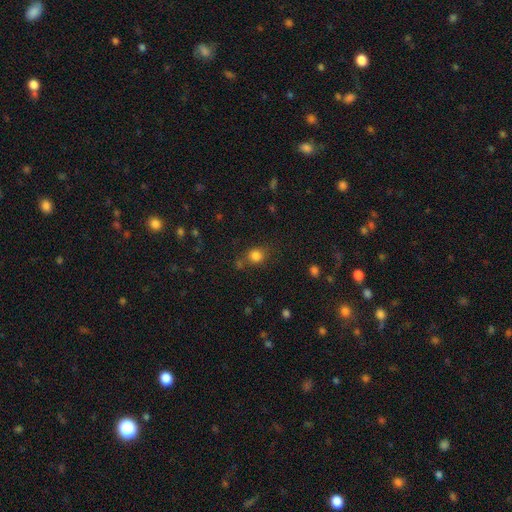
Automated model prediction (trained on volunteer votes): Smooth or featured: smooth — 82% (star or artifact — 13%)
How rounded: round — 77% (in between — 22%)
Merging: none — 70% (minor disturbance — 15%)